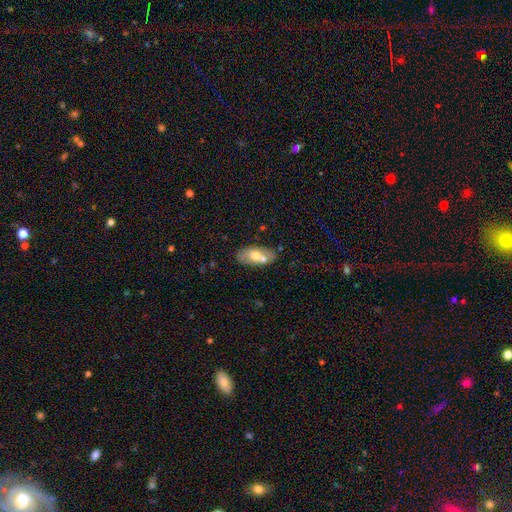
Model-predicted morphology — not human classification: Smooth or featured: smooth — 58% (featured or disk — 36%)
How rounded: in between — 89% (cigar-shaped — 7%)
Merging: none — 61% (merger — 20%)